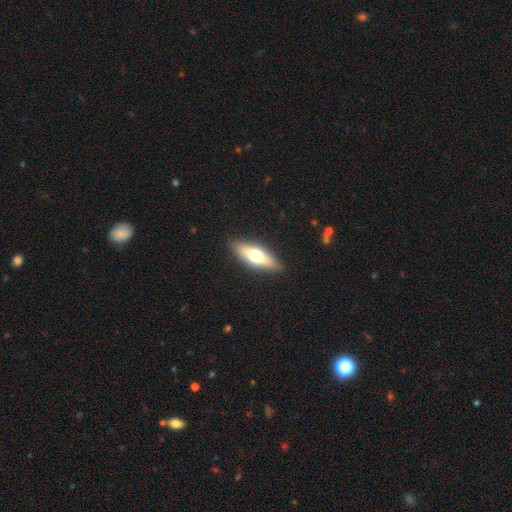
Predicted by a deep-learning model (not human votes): Q: Smooth or featured?
A: smooth (56%); runner-up: featured or disk (38%)
Q: How rounded?
A: in between (56%); runner-up: cigar-shaped (41%)
Q: Merging?
A: none (88%); runner-up: minor disturbance (9%)